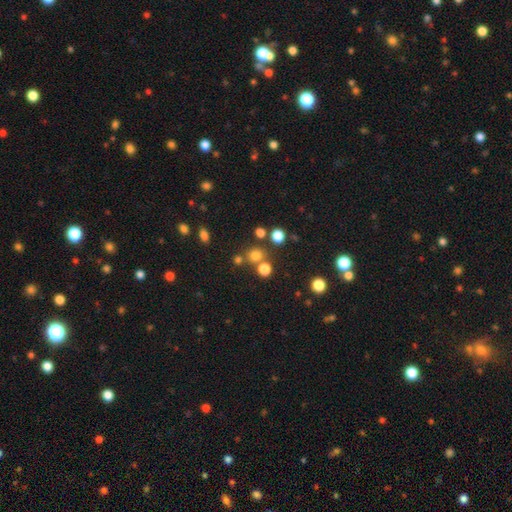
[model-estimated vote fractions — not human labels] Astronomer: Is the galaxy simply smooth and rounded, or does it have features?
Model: smooth — 73%.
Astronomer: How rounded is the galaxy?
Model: round — 83%.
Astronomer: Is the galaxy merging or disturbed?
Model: none — 69%.